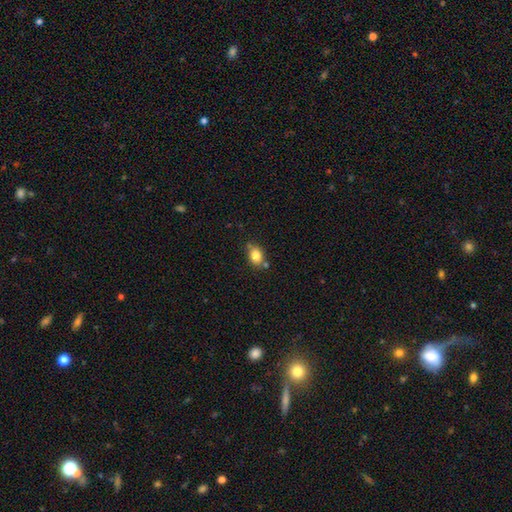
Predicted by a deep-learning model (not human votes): A smooth galaxy with no disk features (83%) that is in between round and cigar-shaped (62%). Merging: none (69%).